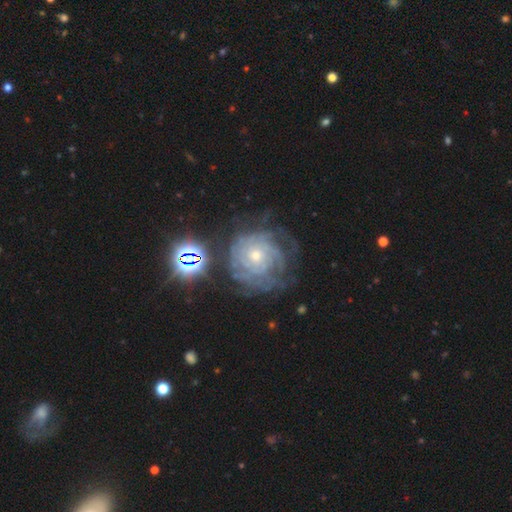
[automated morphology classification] Smooth or featured? Predicted: featured or disk (p=0.83). Edge-on disk? Predicted: no (p=0.97). Bar? Predicted: no (p=0.80). Spiral arms? Predicted: yes (p=0.94). Spiral winding? Predicted: tight (p=0.76). Spiral arm count? Predicted: can't tell (p=0.43). Bulge size? Predicted: small (p=0.59). Merging? Predicted: none (p=0.62).